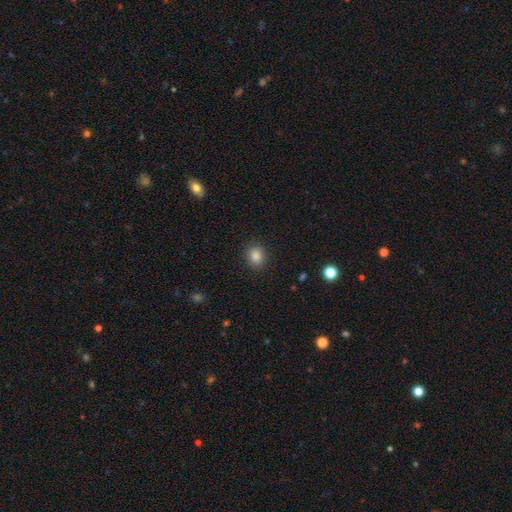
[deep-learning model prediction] This is clearly a smooth galaxy (84%). How rounded: likely round (77%). Merging: clearly none (90%).